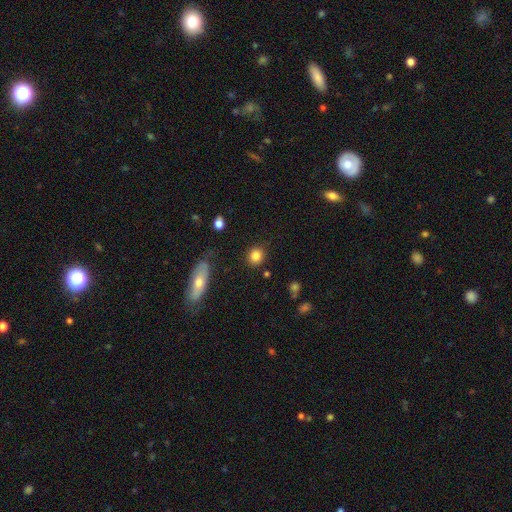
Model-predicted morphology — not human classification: This is clearly a smooth galaxy (84%). How rounded: clearly round (82%). Merging: clearly none (86%).